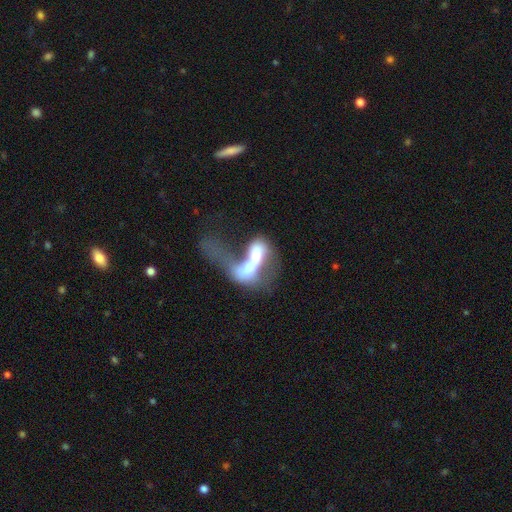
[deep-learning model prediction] Smooth or featured? smooth (46%)
Merging? merger (64%)